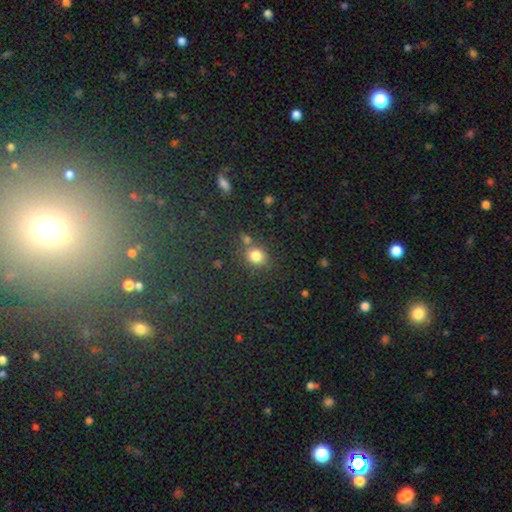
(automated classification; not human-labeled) Overall: smooth (79%). How rounded: round (77%). Merging: none (68%).